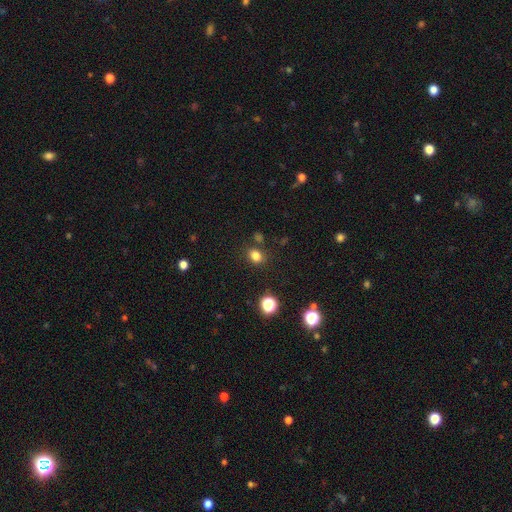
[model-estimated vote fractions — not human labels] smooth-or-featured: smooth: 80% | star or artifact: 15% | featured or disk: 5%
  how-rounded: in between: 52% | round: 47% | cigar-shaped: 1%
  merging: none: 79% | minor disturbance: 11% | merger: 6% | major disturbance: 4%